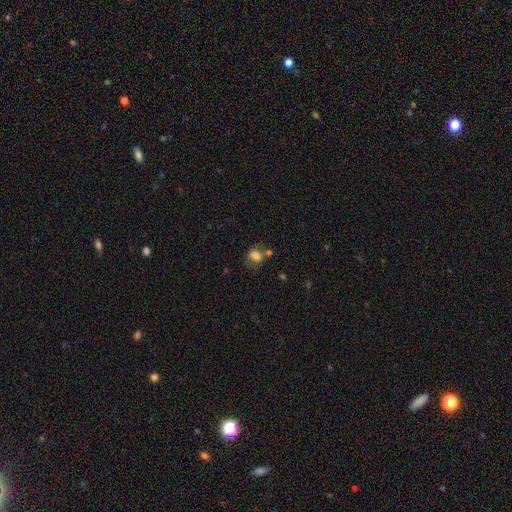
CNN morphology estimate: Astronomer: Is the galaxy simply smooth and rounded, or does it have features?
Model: smooth — 73%.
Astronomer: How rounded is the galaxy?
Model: in between — 55% (runner-up: round, 43%).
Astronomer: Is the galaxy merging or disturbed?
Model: none — 48%.